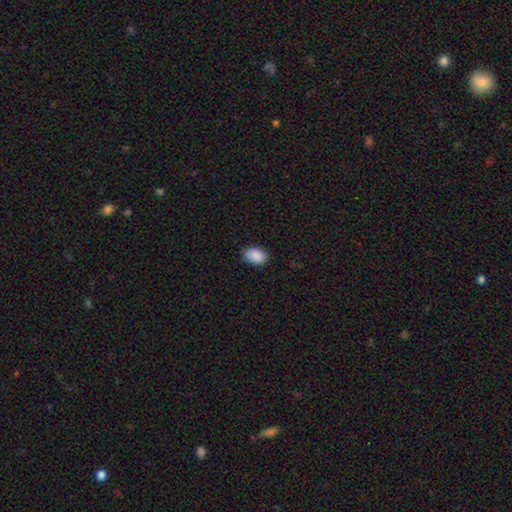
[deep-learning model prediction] A smooth galaxy with no disk features (90%) that is in between round and cigar-shaped (88%). Merging: none (81%).